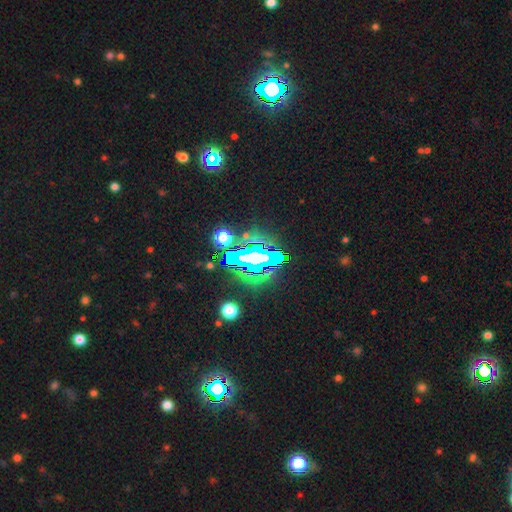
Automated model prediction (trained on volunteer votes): smooth-or-featured: star or artifact: 73% | featured or disk: 14% | smooth: 13%